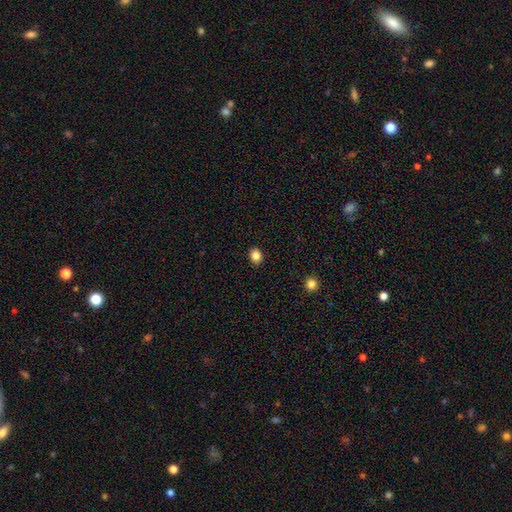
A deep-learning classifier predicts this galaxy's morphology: This is clearly a smooth galaxy (85%). How rounded: possibly in between (50%). Merging: clearly none (90%).